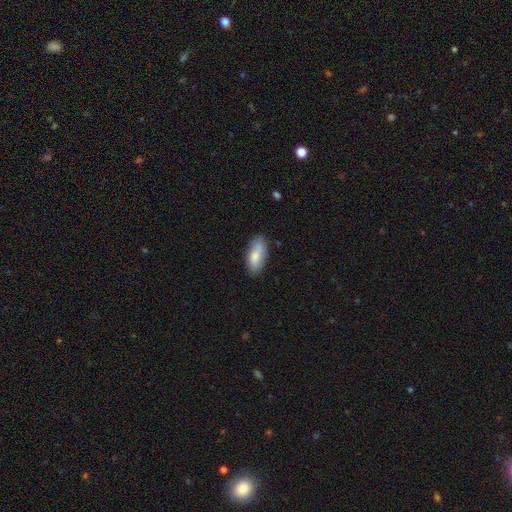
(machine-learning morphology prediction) Overall: smooth (77%). How rounded: in between (88%). Merging: none (71%).